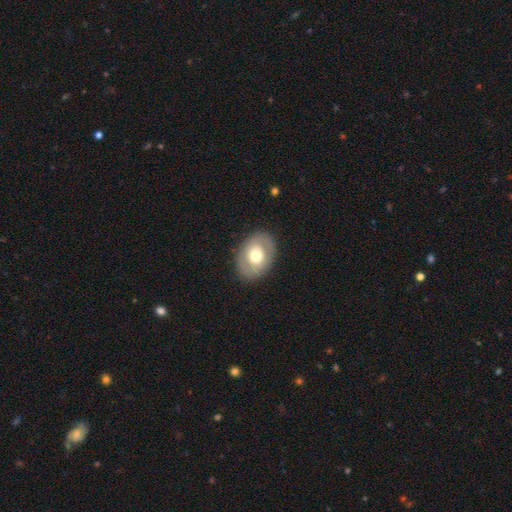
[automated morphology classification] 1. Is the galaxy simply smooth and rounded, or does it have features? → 51% smooth, 43% featured or disk, 6% star or artifact.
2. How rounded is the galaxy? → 67% in between, 32% round, 1% cigar-shaped.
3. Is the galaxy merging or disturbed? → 85% none, 10% minor disturbance, 4% major disturbance, 1% merger.